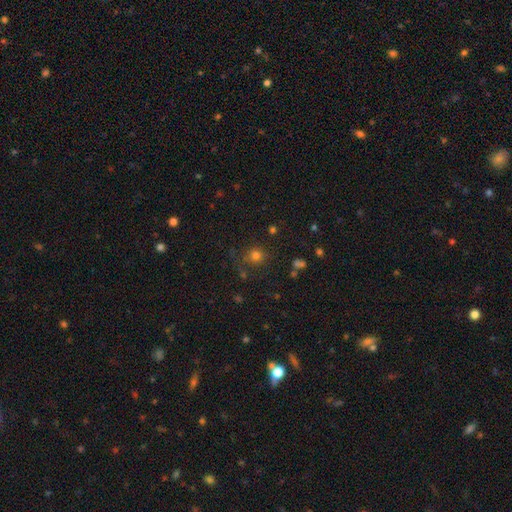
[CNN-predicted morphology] Smooth or featured? smooth (76%)
How rounded? round (89%)
Merging? none (78%)